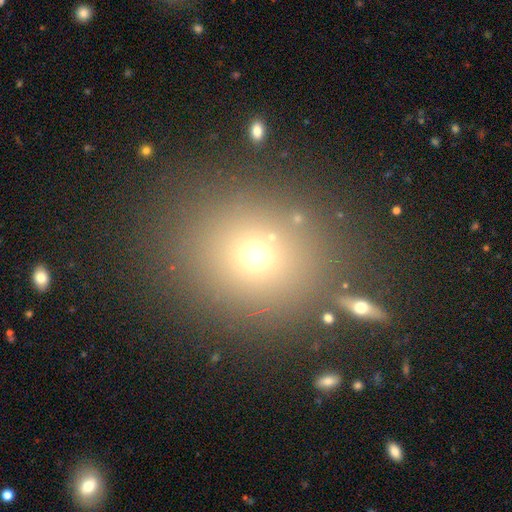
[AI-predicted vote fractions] smooth 65%, star or artifact 24%, featured or disk 10%. Down the decision tree: how rounded — round (75%); merging — none (80%).